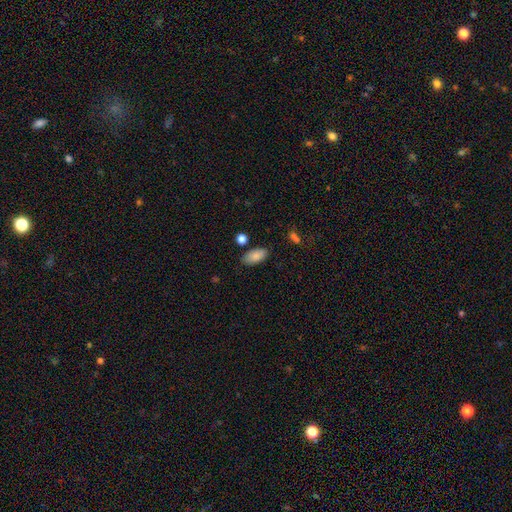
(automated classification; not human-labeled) This appears to be a smooth galaxy with no disk features (86%) that is in between round and cigar-shaped (92%). Merging: none (81%).